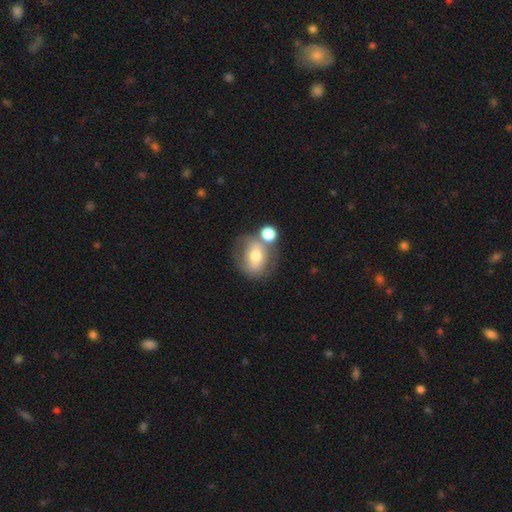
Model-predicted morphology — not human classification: This appears to be a smooth galaxy with no disk features (51%) that is round (52%). Merging: none (48%).